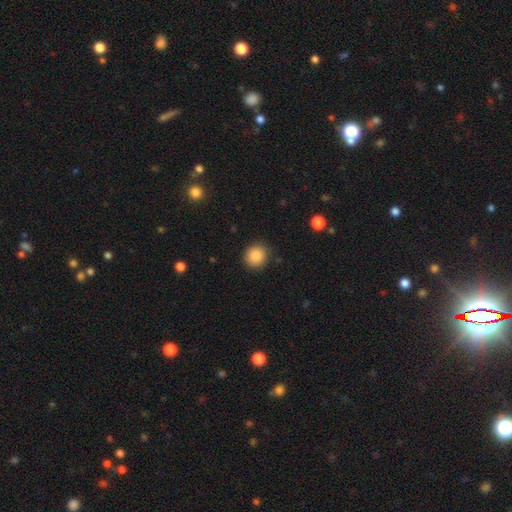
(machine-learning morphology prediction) This appears to be a smooth galaxy with no disk features (88%) that is round (89%). Merging: none (89%).